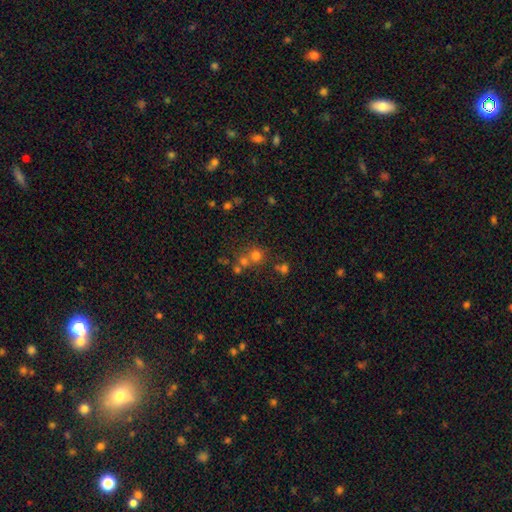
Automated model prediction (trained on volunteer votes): A smooth galaxy with no disk features (66%) that is round (88%). Merging: none (55%).